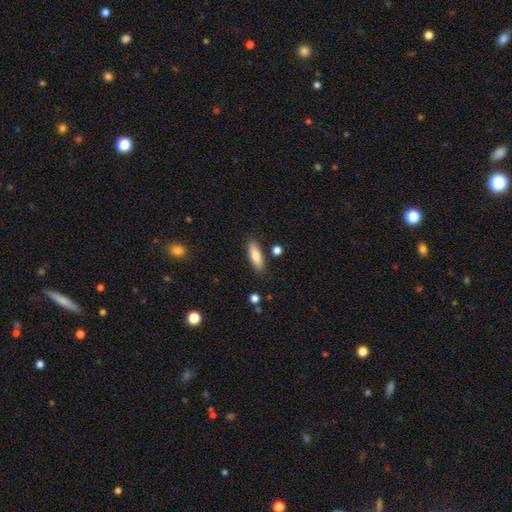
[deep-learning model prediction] Smooth or featured: smooth — 76% (featured or disk — 17%)
How rounded: in between — 55% (cigar-shaped — 43%)
Merging: none — 84% (minor disturbance — 10%)